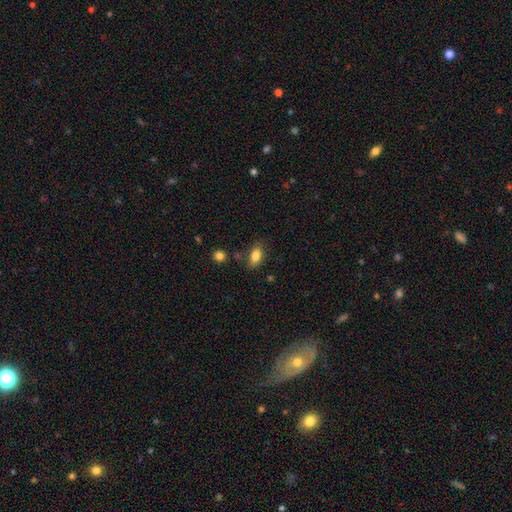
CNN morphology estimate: Smooth or featured? smooth (81%)
How rounded? in between (86%)
Merging? none (77%)